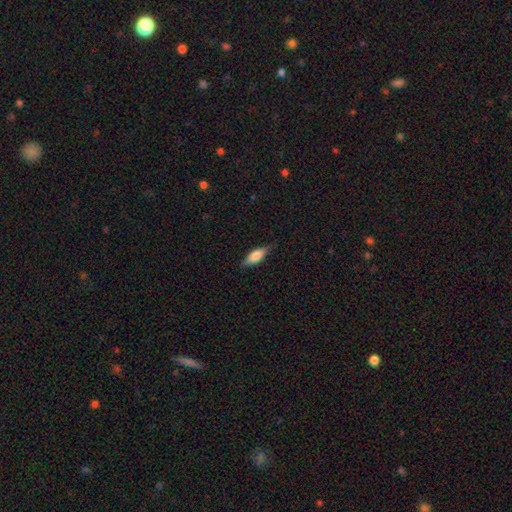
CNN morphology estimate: Smooth or featured? smooth (61%)
How rounded? in between (61%)
Merging? none (82%)